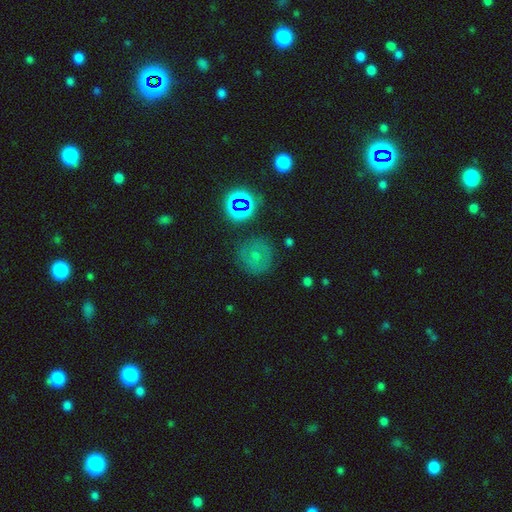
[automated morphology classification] Smooth or featured? smooth (43%)
Merging? none (81%)